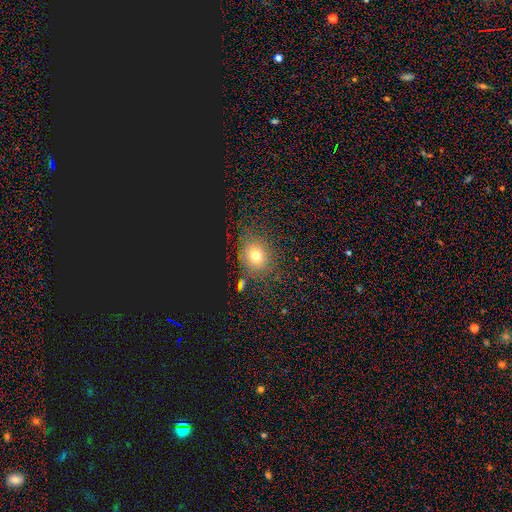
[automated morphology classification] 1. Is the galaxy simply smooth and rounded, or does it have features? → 68% smooth, 22% star or artifact, 10% featured or disk.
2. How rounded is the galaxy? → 66% round, 33% in between, 1% cigar-shaped.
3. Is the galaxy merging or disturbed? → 75% none, 13% minor disturbance, 7% major disturbance, 5% merger.